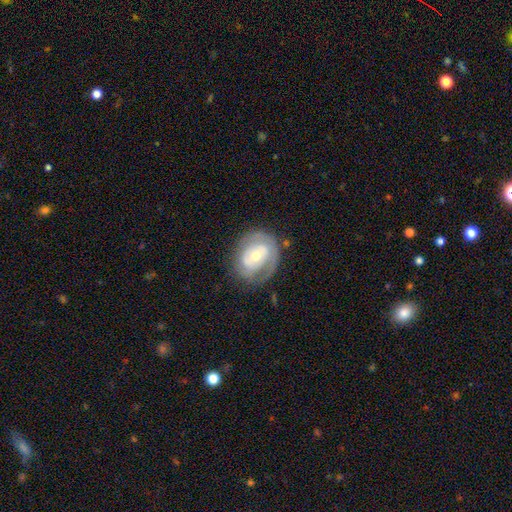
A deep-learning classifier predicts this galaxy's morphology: Smooth or featured: featured or disk — 70% (smooth — 24%)
Edge-on disk: no — 96% (yes — 4%)
Bar: no — 58% (weak — 30%)
Spiral arms: yes — 70% (no — 30%)
Bulge size: moderate — 57% (small — 36%)
Merging: none — 68% (minor disturbance — 19%)